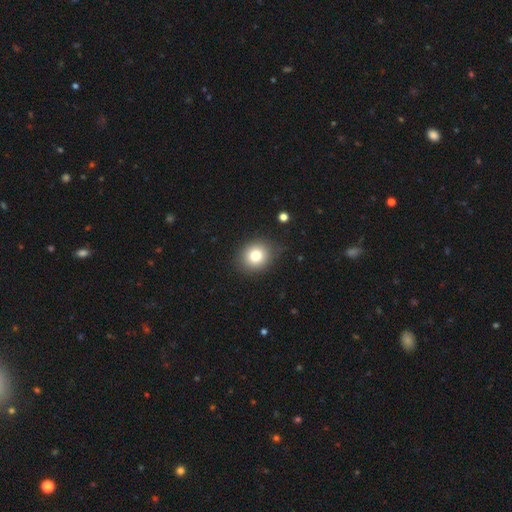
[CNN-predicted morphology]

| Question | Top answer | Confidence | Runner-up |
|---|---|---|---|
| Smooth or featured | smooth | 79% | star or artifact (11%) |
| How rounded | round | 76% | in between (23%) |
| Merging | none | 85% | minor disturbance (10%) |